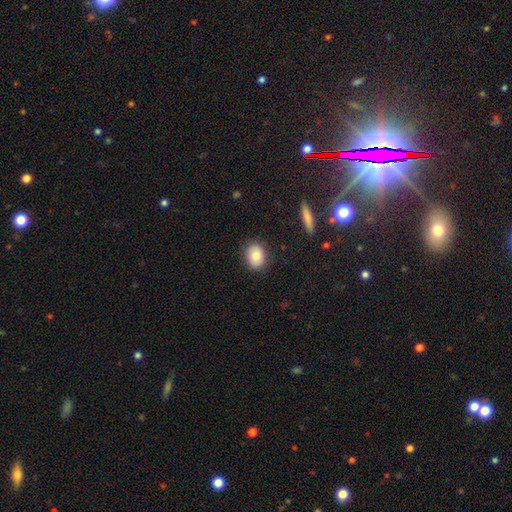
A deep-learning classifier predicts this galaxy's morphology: A smooth galaxy with no disk features (81%) that is in between round and cigar-shaped (54%).

Vote fractions:
- Smooth or featured? smooth: 81% / featured or disk: 11% / star or artifact: 8%
- How rounded? in between: 54% / round: 45% / cigar-shaped: 1%
- Merging? none: 87% / minor disturbance: 10% / major disturbance: 2% / merger: 1%